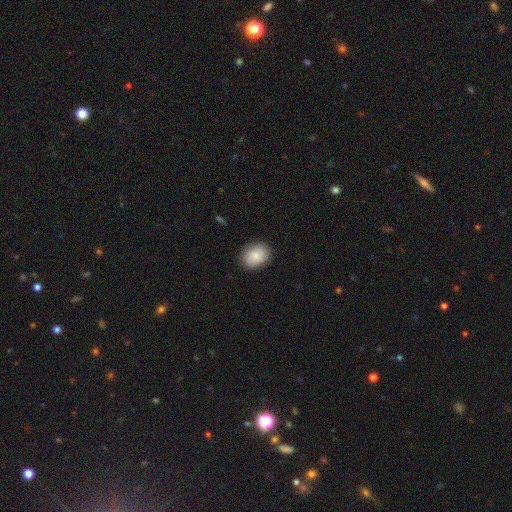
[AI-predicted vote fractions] smooth-or-featured: smooth: 87% | star or artifact: 7% | featured or disk: 6%
  how-rounded: in between: 67% | round: 32% | cigar-shaped: 1%
  merging: none: 87% | minor disturbance: 10% | major disturbance: 2% | merger: 1%